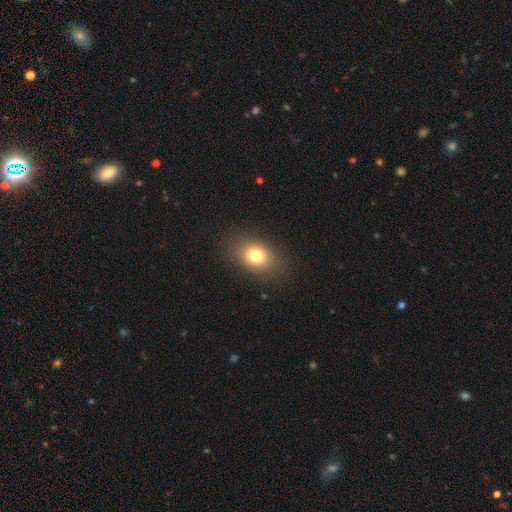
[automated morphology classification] A smooth galaxy with no disk features (77%) that is in between round and cigar-shaped (64%).

Vote fractions:
- Smooth or featured? smooth: 77% / star or artifact: 12% / featured or disk: 11%
- How rounded? in between: 64% / round: 34% / cigar-shaped: 1%
- Merging? none: 85% / minor disturbance: 10% / major disturbance: 4% / merger: 1%